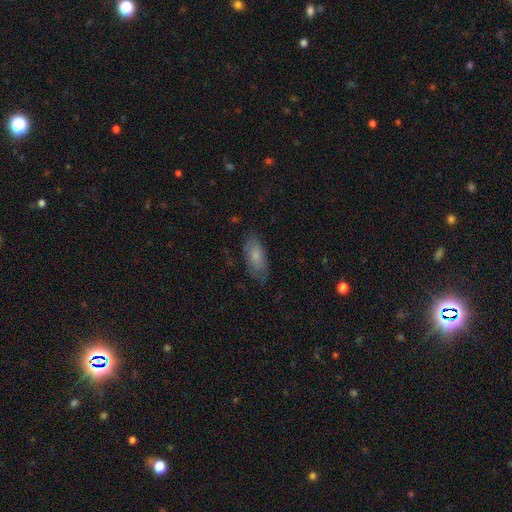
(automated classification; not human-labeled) Smooth or featured: smooth — 72% (featured or disk — 21%)
How rounded: in between — 82% (cigar-shaped — 15%)
Merging: none — 74% (minor disturbance — 20%)